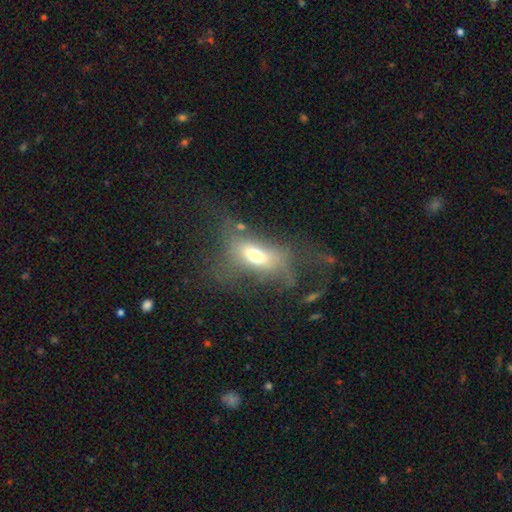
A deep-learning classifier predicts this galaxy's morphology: A smooth galaxy with no disk features (54%) that is in between round and cigar-shaped (74%).

Vote fractions:
- Smooth or featured? smooth: 54% / featured or disk: 32% / star or artifact: 14%
- How rounded? in between: 74% / round: 15% / cigar-shaped: 12%
- Merging? none: 38% / major disturbance: 36% / minor disturbance: 20% / merger: 5%